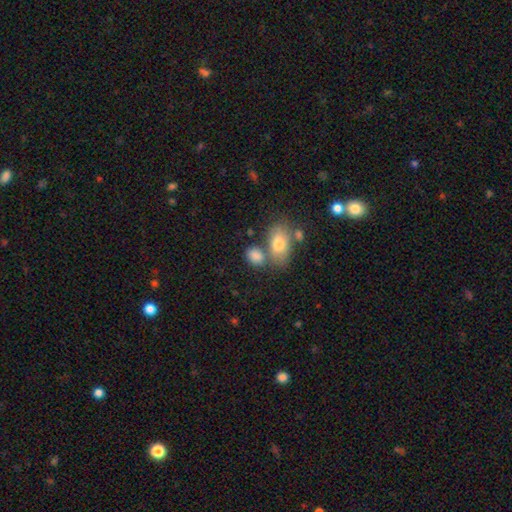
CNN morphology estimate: A smooth galaxy with no disk features (82%) that is in between round and cigar-shaped (79%). Merging: none (51%).